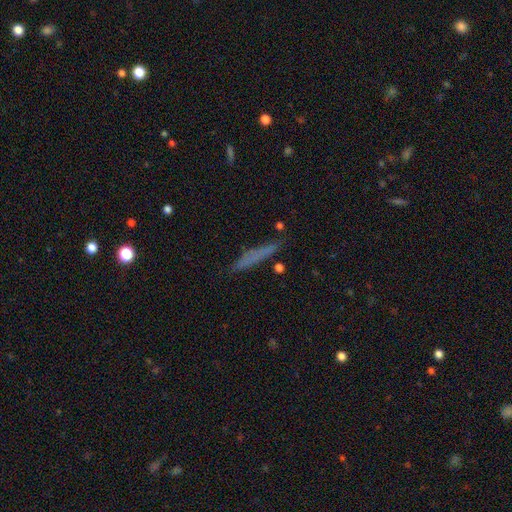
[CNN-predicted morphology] The model was most divided on "smooth or featured": smooth: 63%, featured or disk: 26%, star or artifact: 11%. More confident: how rounded — cigar-shaped (93%); merging — none (83%).